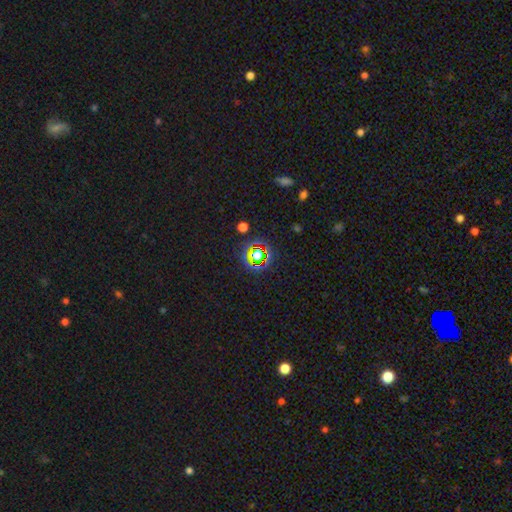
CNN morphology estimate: Smooth or featured?
  - star or artifact: 64% *
  - smooth: 23%
  - featured or disk: 13%